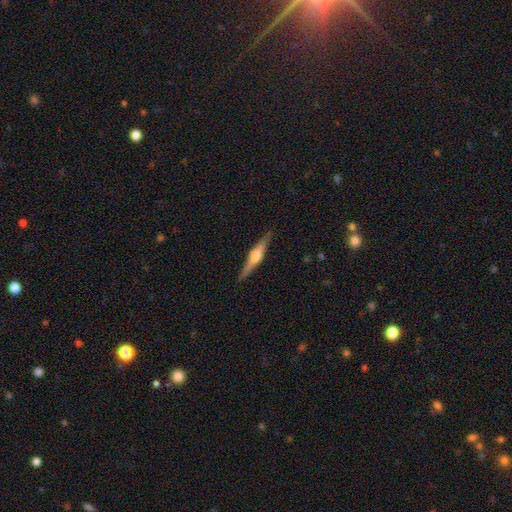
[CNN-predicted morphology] The model was most divided on "smooth or featured": featured or disk: 75%, smooth: 20%, star or artifact: 5%. More confident: edge-on disk — yes (98%); edge-on bulge — rounded (90%); merging — none (89%).